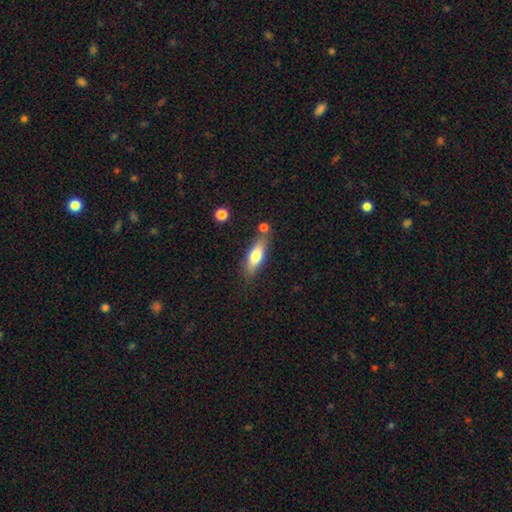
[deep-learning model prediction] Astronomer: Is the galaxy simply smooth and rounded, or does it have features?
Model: smooth — 70%.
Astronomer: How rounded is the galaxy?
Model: in between — 58% (runner-up: cigar-shaped, 39%).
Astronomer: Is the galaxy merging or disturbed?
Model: none — 72%.